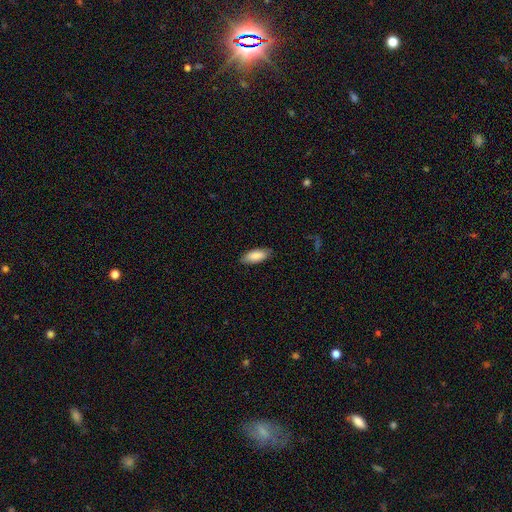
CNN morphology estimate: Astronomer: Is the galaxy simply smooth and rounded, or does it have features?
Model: smooth — 88%.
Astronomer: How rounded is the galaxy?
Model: in between — 83%.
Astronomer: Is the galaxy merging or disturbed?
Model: none — 85%.